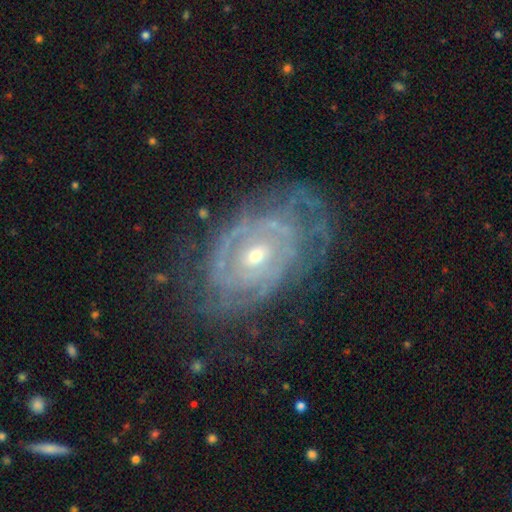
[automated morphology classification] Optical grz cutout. It shows a featured or disk galaxy (87%) with no bar (65%), tight (78%) spiral arms (92%) and a small central bulge (55%). Merging: none (69%).